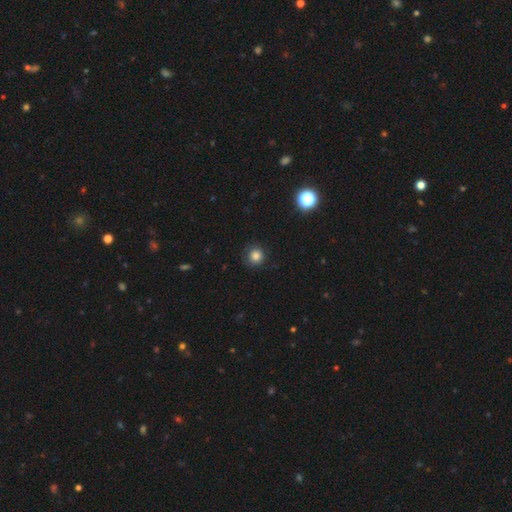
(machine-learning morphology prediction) Smooth or featured: smooth — 82% (star or artifact — 13%)
How rounded: round — 92% (in between — 7%)
Merging: none — 84% (minor disturbance — 11%)